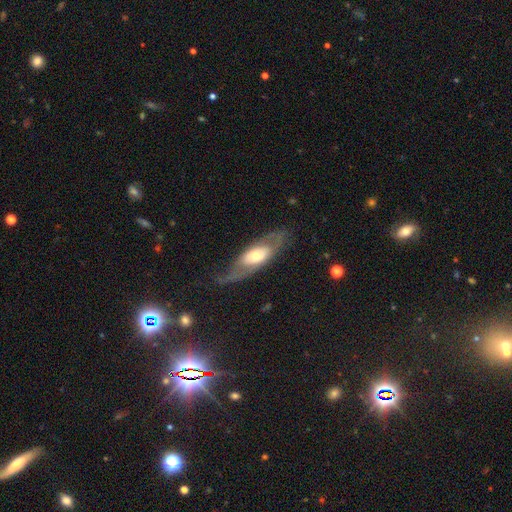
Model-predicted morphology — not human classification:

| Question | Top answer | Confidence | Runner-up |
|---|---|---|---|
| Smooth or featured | featured or disk | 61% | smooth (33%) |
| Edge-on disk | no | 77% | yes (23%) |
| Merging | none | 60% | minor disturbance (19%) |